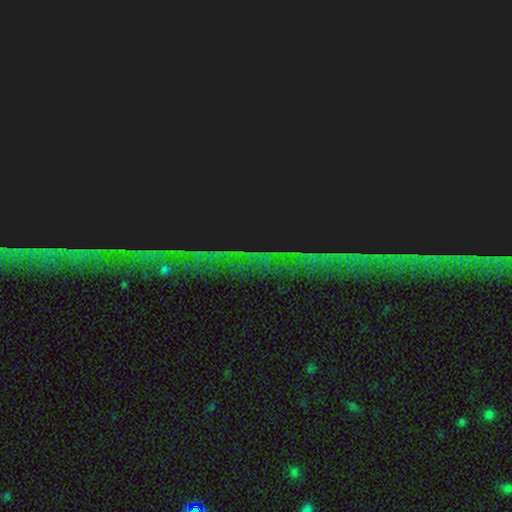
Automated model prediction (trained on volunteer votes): Smooth or featured? Predicted: star or artifact (p=0.88).